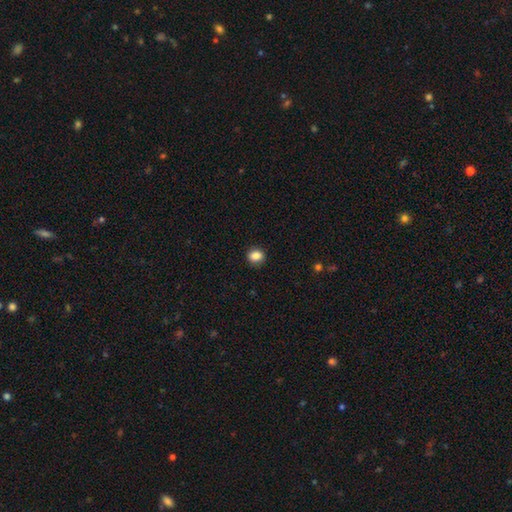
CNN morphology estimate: Smooth or featured: smooth — 87% (star or artifact — 10%)
How rounded: round — 70% (in between — 29%)
Merging: none — 89% (minor disturbance — 8%)